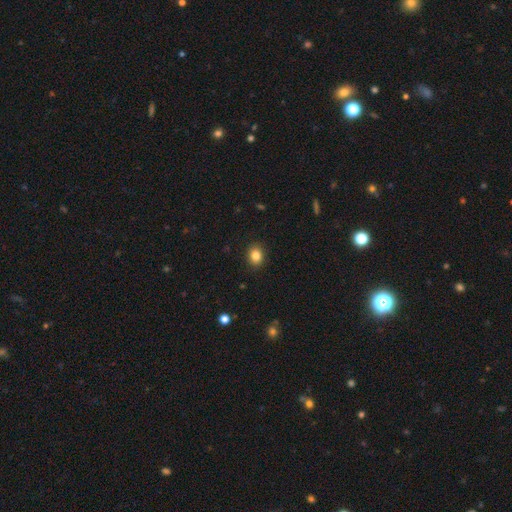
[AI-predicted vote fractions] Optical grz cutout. It shows a smooth galaxy with no disk features (84%) that is round (54%). Merging: none (90%).